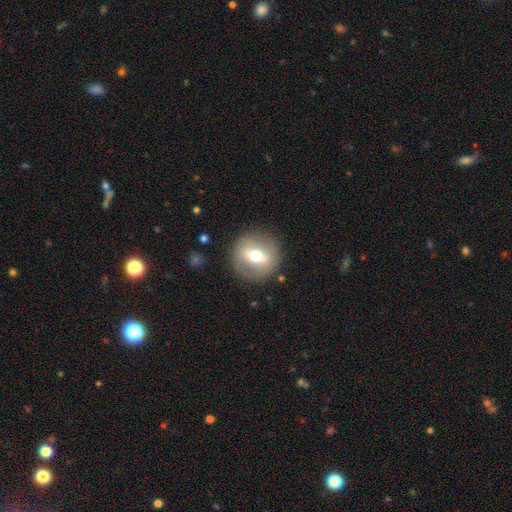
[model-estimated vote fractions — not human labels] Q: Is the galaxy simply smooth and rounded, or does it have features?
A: smooth — 48%.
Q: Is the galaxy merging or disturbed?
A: none — 86%.